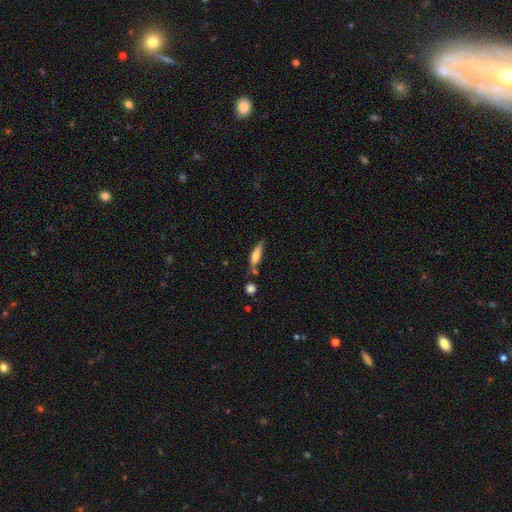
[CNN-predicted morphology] smooth_or_featured: smooth (p=0.58) [alt: featured or disk p=0.36]
how_rounded: cigar-shaped (p=0.70) [alt: in between p=0.27]
merging: none (p=0.61) [alt: minor disturbance p=0.21]